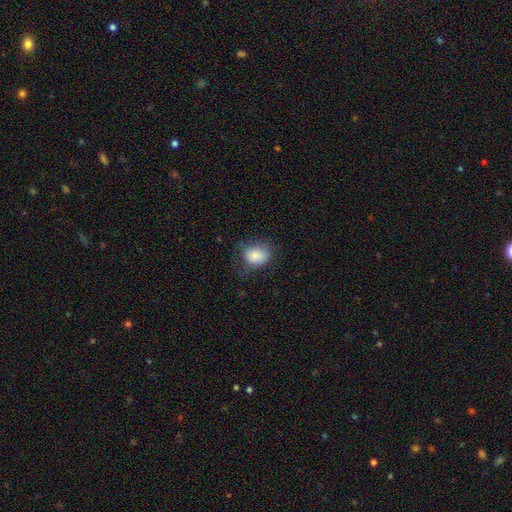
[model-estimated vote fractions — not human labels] Smooth or featured?
  - smooth: 82% *
  - featured or disk: 10%
  - star or artifact: 9%
How rounded?
  - round: 50% *
  - in between: 49%
  - cigar-shaped: 1%
Merging?
  - none: 56% *
  - minor disturbance: 28%
  - major disturbance: 15%
  - merger: 1%